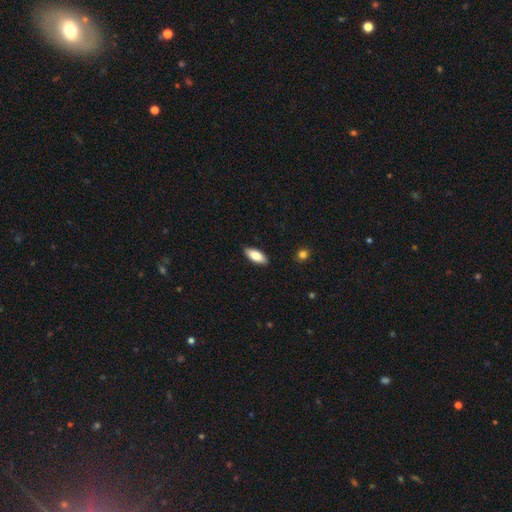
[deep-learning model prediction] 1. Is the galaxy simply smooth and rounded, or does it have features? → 82% smooth, 12% featured or disk, 6% star or artifact.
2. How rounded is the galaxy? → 82% in between, 16% cigar-shaped, 2% round.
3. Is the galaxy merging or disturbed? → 89% none, 9% minor disturbance, 2% major disturbance, 1% merger.